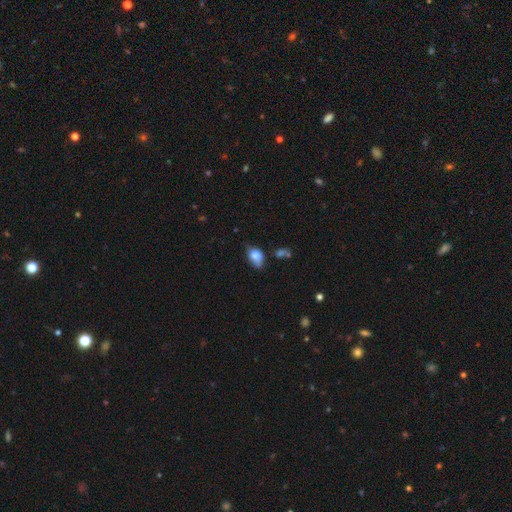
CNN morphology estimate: Q: Smooth or featured?
A: smooth (76%); runner-up: featured or disk (14%)
Q: How rounded?
A: in between (83%); runner-up: round (15%)
Q: Merging?
A: minor disturbance (40%); runner-up: none (31%)